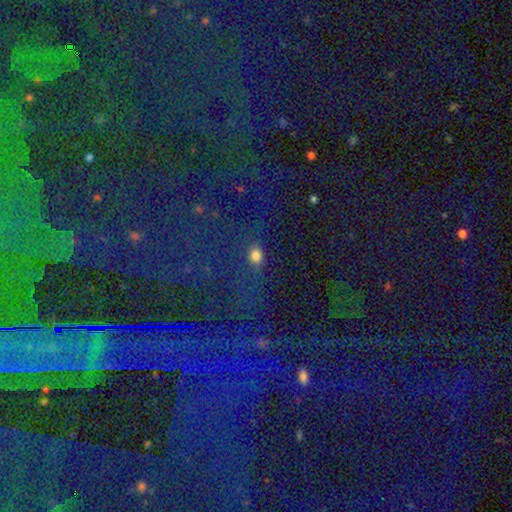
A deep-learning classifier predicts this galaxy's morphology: The model was most divided on "how rounded": in between: 61%, round: 35%, cigar-shaped: 4%. More confident: merging — none (77%); smooth or featured — smooth (72%).